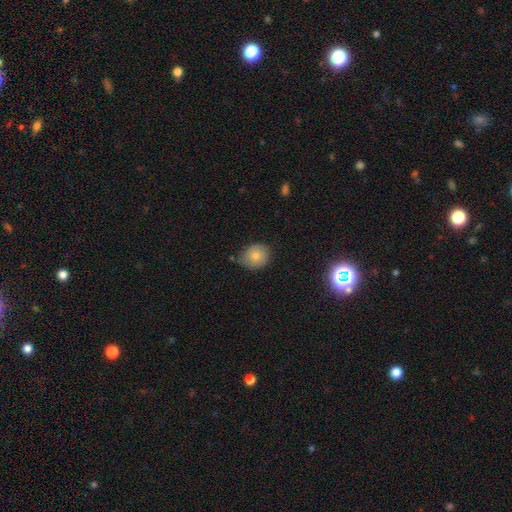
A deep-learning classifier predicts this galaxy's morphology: A smooth galaxy with no disk features (79%) that is round (71%). Merging: none (65%).